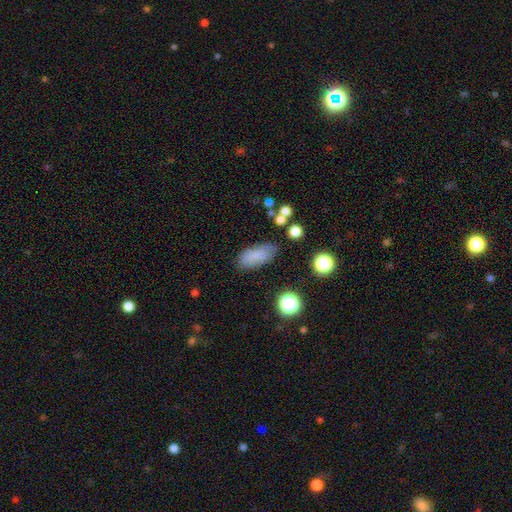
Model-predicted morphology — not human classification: type=smooth (81%); roundness=in between (86%); merging=none (76%).